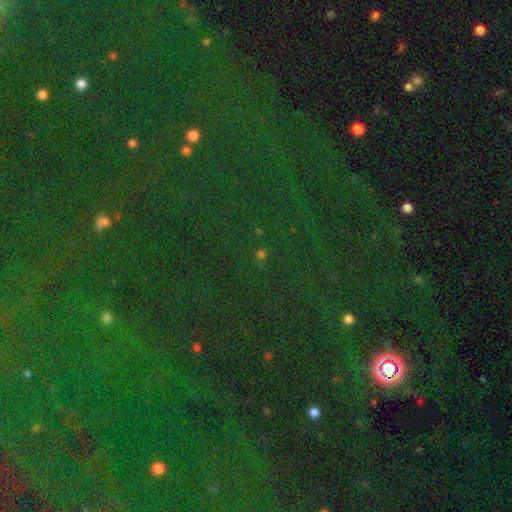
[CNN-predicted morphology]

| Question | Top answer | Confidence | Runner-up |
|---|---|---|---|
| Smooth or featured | star or artifact | 77% | smooth (14%) |